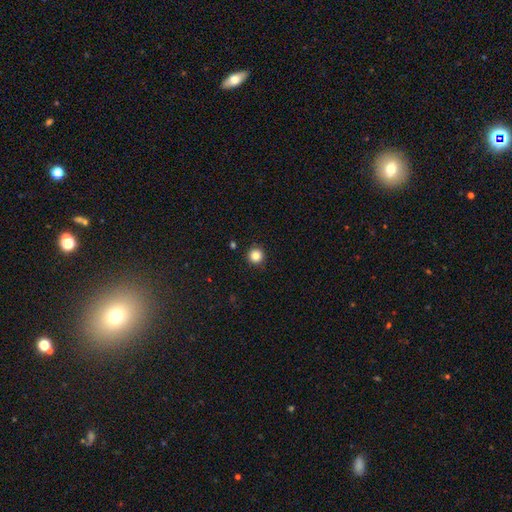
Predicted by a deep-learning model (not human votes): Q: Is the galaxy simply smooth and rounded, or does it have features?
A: smooth — 85%.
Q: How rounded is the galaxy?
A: round — 96%.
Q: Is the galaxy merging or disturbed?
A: none — 92%.